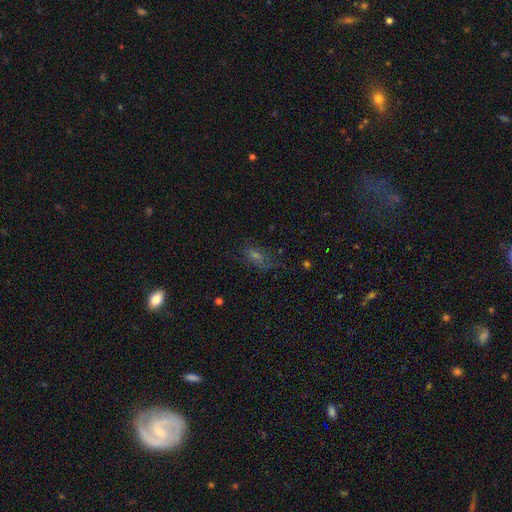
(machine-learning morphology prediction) smooth-or-featured: smooth: 42% | star or artifact: 31% | featured or disk: 27%
  merging: none: 58% | minor disturbance: 22% | major disturbance: 17% | merger: 3%